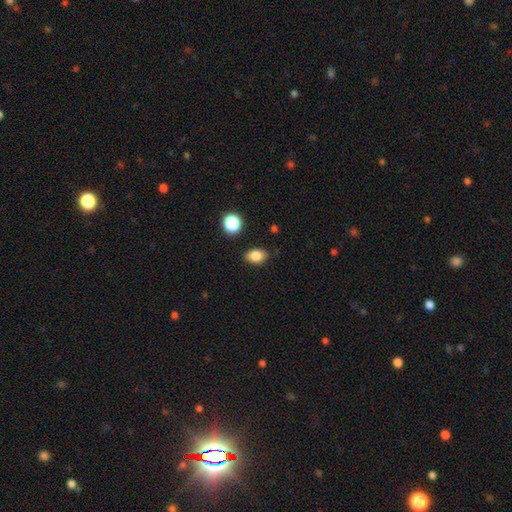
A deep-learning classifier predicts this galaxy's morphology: A smooth galaxy with no disk features (82%) that is in between round and cigar-shaped (82%).

Vote fractions:
- Smooth or featured? smooth: 82% / star or artifact: 10% / featured or disk: 8%
- How rounded? in between: 82% / round: 16% / cigar-shaped: 2%
- Merging? none: 85% / minor disturbance: 11% / major disturbance: 2% / merger: 2%